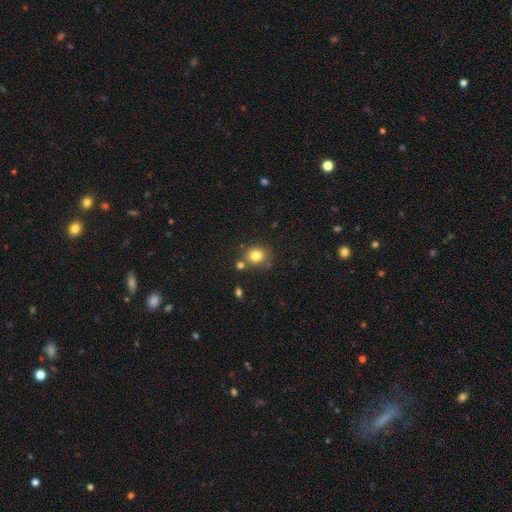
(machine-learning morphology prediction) Smooth or featured? smooth (81%)
How rounded? round (76%)
Merging? none (71%)